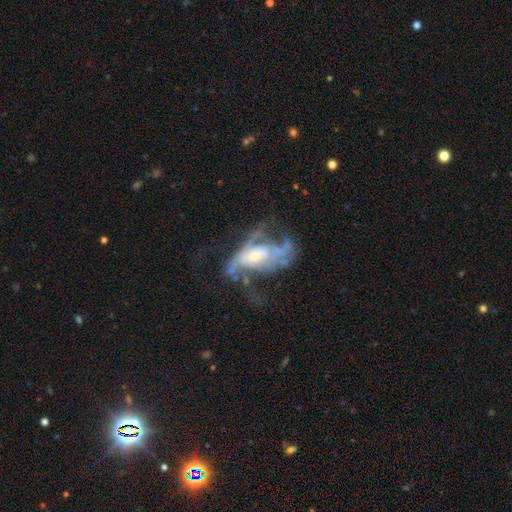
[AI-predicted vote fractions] Q: Smooth or featured?
A: featured or disk (78%); runner-up: smooth (14%)
Q: Edge-on disk?
A: no (93%); runner-up: yes (7%)
Q: Bar?
A: no (60%); runner-up: weak (30%)
Q: Spiral arms?
A: yes (72%); runner-up: no (28%)
Q: Spiral winding?
A: medium (41%); runner-up: loose (36%)
Q: Spiral arm count?
A: 2 (38%); runner-up: can't tell (34%)
Q: Bulge size?
A: moderate (47%); runner-up: small (40%)
Q: Merging?
A: major disturbance (45%); runner-up: none (31%)